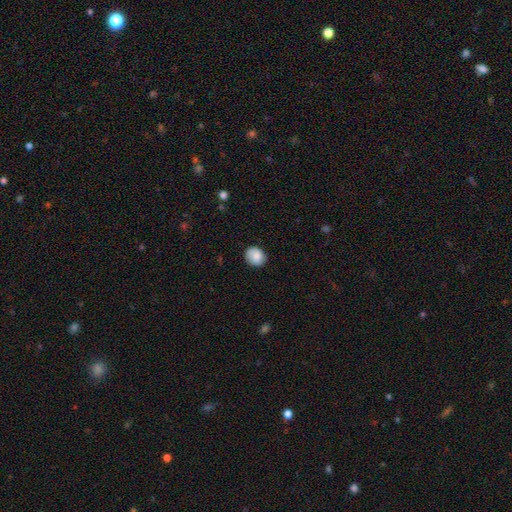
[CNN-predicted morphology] The model was most divided on "how rounded": round: 62%, in between: 37%, cigar-shaped: 1%. More confident: smooth or featured — smooth (82%); merging — none (81%).